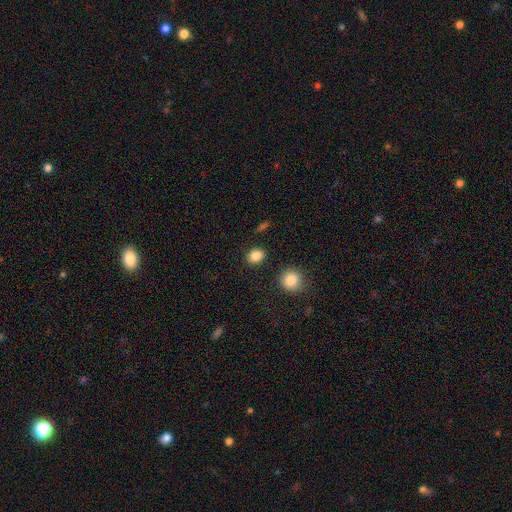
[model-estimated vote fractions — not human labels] Q: Smooth or featured?
A: smooth (86%); runner-up: star or artifact (10%)
Q: How rounded?
A: round (55%); runner-up: in between (44%)
Q: Merging?
A: none (87%); runner-up: minor disturbance (8%)